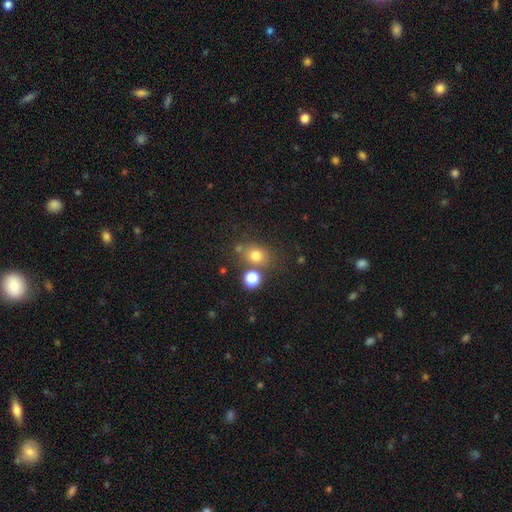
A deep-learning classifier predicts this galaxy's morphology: This is likely a smooth galaxy (75%). How rounded: likely round (65%). Merging: likely none (68%).